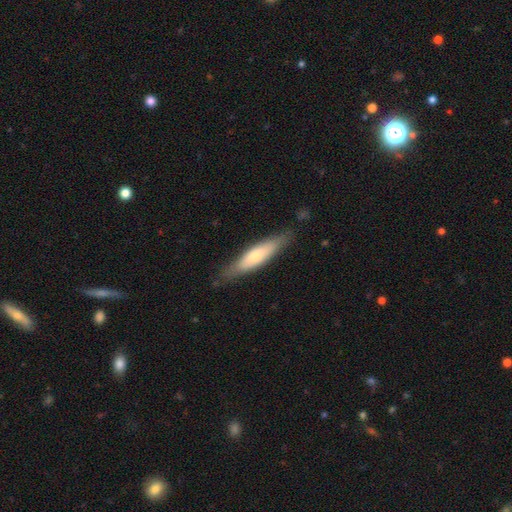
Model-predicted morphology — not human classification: type=smooth (65%); roundness=cigar-shaped (77%); merging=none (81%).